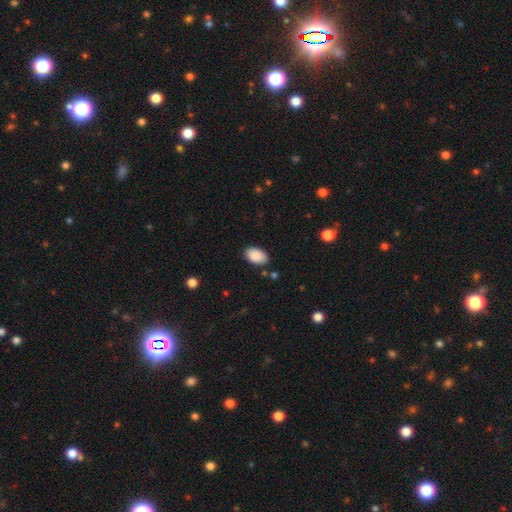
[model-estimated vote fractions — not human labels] A smooth galaxy with no disk features (89%) that is in between round and cigar-shaped (94%).

Vote fractions:
- Smooth or featured? smooth: 89% / star or artifact: 7% / featured or disk: 4%
- How rounded? in between: 94% / round: 5% / cigar-shaped: 1%
- Merging? none: 86% / minor disturbance: 10% / major disturbance: 2% / merger: 2%